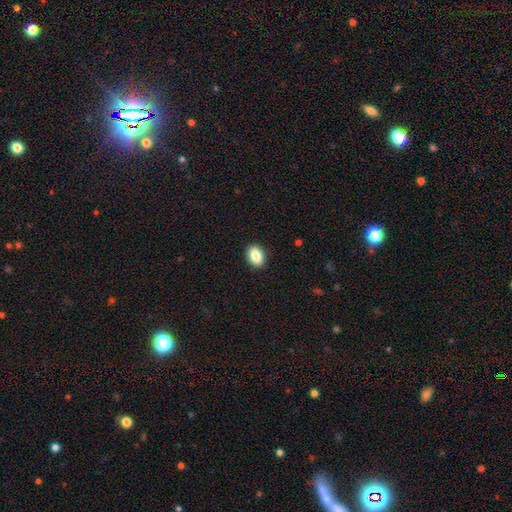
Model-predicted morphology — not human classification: smooth-or-featured: smooth: 85% | star or artifact: 8% | featured or disk: 7%
  how-rounded: in between: 80% | round: 18% | cigar-shaped: 2%
  merging: none: 90% | minor disturbance: 7% | major disturbance: 2% | merger: 1%